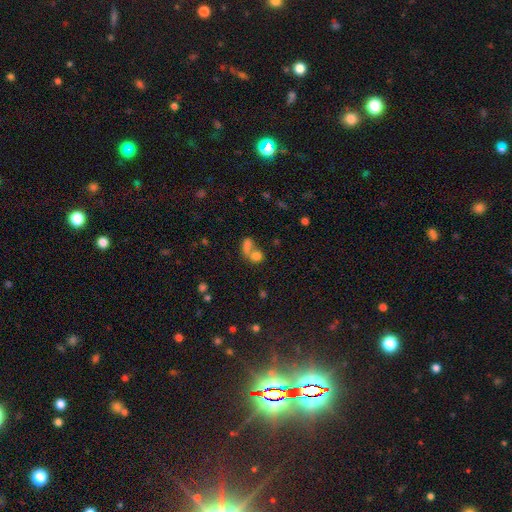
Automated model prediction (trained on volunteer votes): smooth_or_featured: smooth (p=0.76) [alt: star or artifact p=0.14]
how_rounded: round (p=0.58) [alt: in between p=0.40]
merging: merger (p=0.56) [alt: none p=0.32]